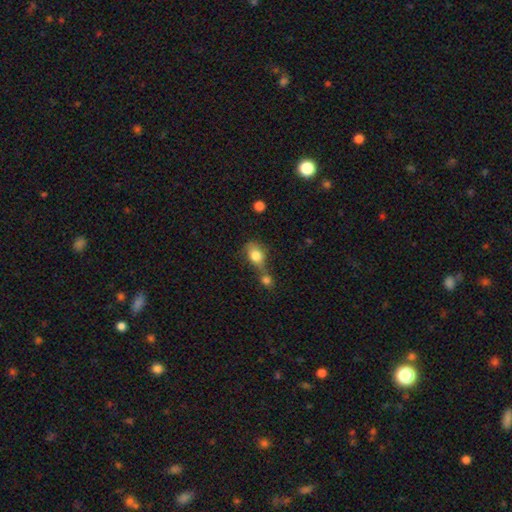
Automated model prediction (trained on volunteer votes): smooth-or-featured: smooth: 80% | featured or disk: 11% | star or artifact: 9%
  how-rounded: in between: 66% | round: 31% | cigar-shaped: 3%
  merging: merger: 50% | none: 29% | minor disturbance: 13% | major disturbance: 8%